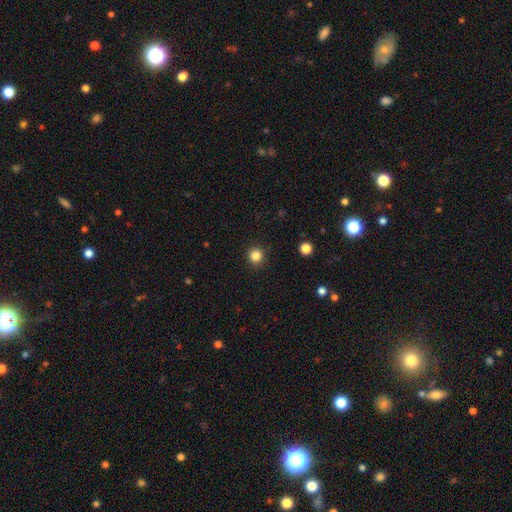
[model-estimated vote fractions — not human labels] Q: Smooth or featured?
A: smooth (84%); runner-up: star or artifact (12%)
Q: How rounded?
A: round (94%); runner-up: in between (5%)
Q: Merging?
A: none (92%); runner-up: minor disturbance (5%)